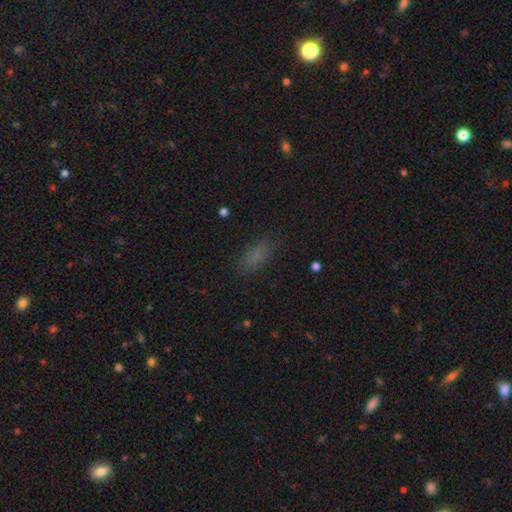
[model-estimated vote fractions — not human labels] A smooth galaxy with no disk features (77%) that is in between round and cigar-shaped (79%).

Vote fractions:
- Smooth or featured? smooth: 77% / star or artifact: 15% / featured or disk: 8%
- How rounded? in between: 79% / cigar-shaped: 17% / round: 4%
- Merging? none: 81% / minor disturbance: 13% / major disturbance: 4% / merger: 1%